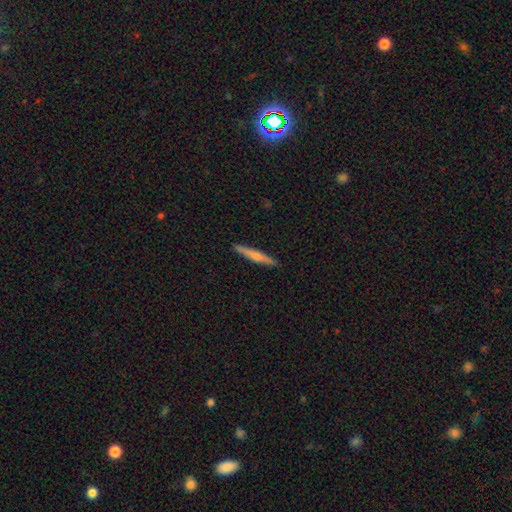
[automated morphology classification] The model was most divided on "smooth or featured": featured or disk: 59%, smooth: 33%, star or artifact: 8%. More confident: edge-on disk — yes (97%); merging — none (92%); edge-on bulge — rounded (78%).